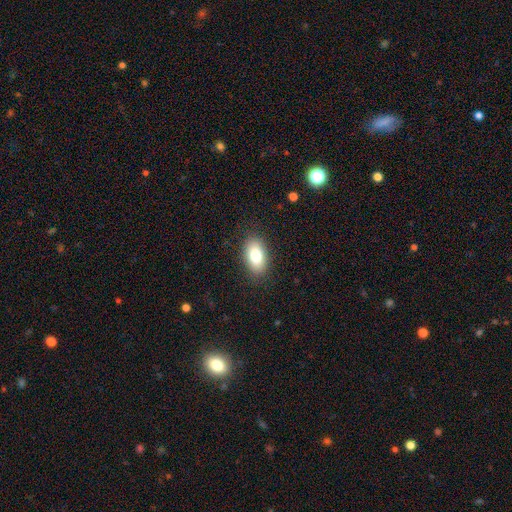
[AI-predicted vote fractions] A smooth galaxy with no disk features (81%) that is in between round and cigar-shaped (92%). Merging: none (87%).